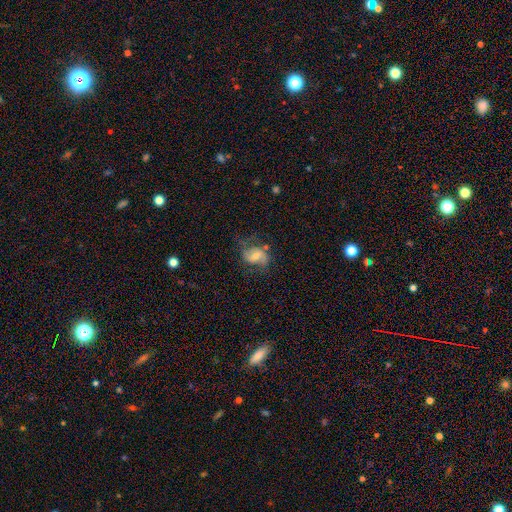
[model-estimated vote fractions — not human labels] A featured or disk galaxy (63%) with a weak bar (43%), 2 (83%) medium (43%) spiral arms (85%) and a moderate central bulge (58%).

Vote fractions:
- Smooth or featured? featured or disk: 63% / smooth: 29% / star or artifact: 8%
- Edge-on disk? no: 97% / yes: 3%
- Bar? weak: 43% / no: 41% / strong: 16%
- Spiral arms? yes: 85% / no: 15%
- Spiral winding? medium: 43% / loose: 40% / tight: 17%
- Spiral arm count? 2: 83% / can't tell: 9% / 1: 5% / 3: 1% / 4: 1% / more than 4: 1%
- Bulge size? moderate: 58% / small: 34% / large: 5% / none: 3% / dominant: 1%
- Merging? none: 57% / minor disturbance: 24% / major disturbance: 16% / merger: 2%